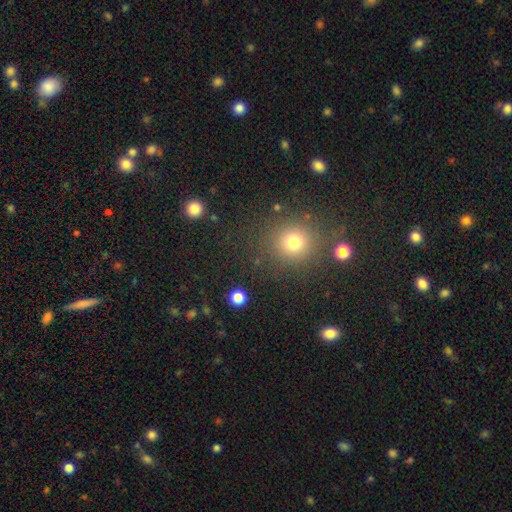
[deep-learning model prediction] Smooth or featured?
  - smooth: 62% *
  - star or artifact: 31%
  - featured or disk: 7%
How rounded?
  - round: 90% *
  - in between: 9%
  - cigar-shaped: 1%
Merging?
  - none: 87% *
  - minor disturbance: 7%
  - merger: 3%
  - major disturbance: 3%